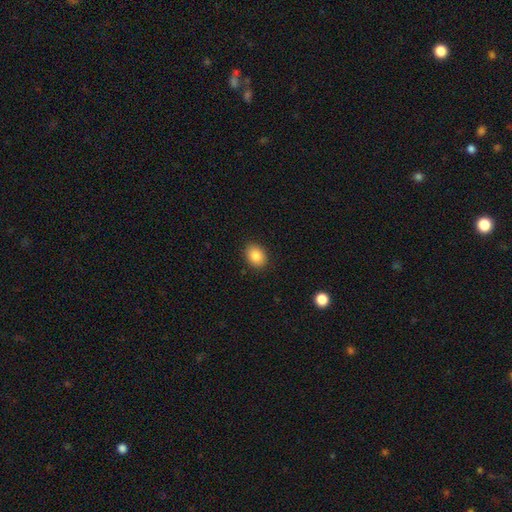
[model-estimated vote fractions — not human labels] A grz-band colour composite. It shows a smooth galaxy with no disk features (86%) that is in between round and cigar-shaped (57%). Merging: none (89%).